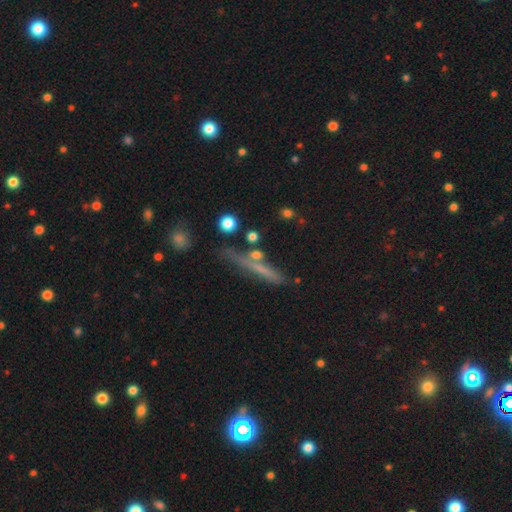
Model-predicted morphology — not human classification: Smooth or featured?
  - smooth: 56% *
  - featured or disk: 33%
  - star or artifact: 11%
How rounded?
  - cigar-shaped: 71% *
  - round: 16%
  - in between: 12%
Merging?
  - none: 63% *
  - minor disturbance: 17%
  - merger: 13%
  - major disturbance: 8%